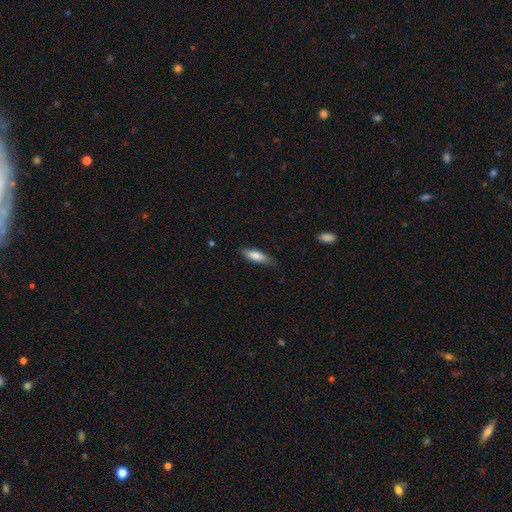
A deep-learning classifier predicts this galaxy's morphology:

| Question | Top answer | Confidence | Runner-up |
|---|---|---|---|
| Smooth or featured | smooth | 79% | featured or disk (15%) |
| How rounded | cigar-shaped | 50% | in between (48%) |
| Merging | none | 77% | minor disturbance (18%) |